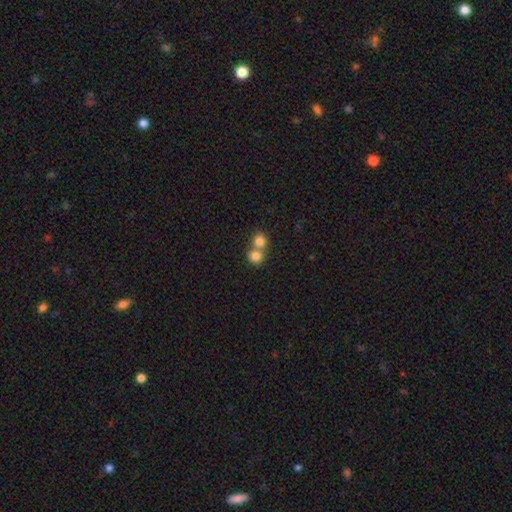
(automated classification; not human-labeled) Q: Smooth or featured?
A: smooth (81%); runner-up: star or artifact (11%)
Q: How rounded?
A: round (85%); runner-up: in between (14%)
Q: Merging?
A: merger (56%); runner-up: none (38%)